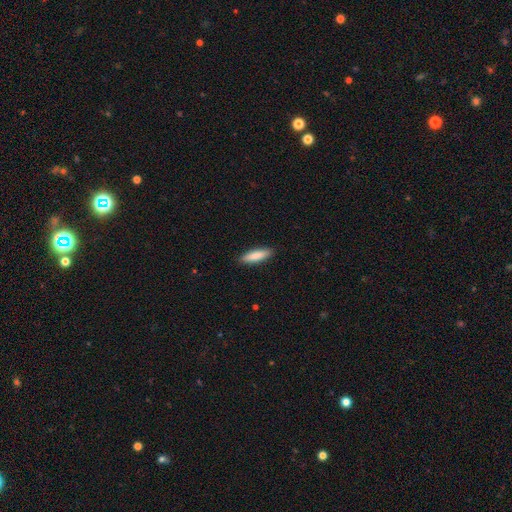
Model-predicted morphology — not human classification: The model was most divided on "how rounded": cigar-shaped: 64%, in between: 35%, round: 1%. More confident: merging — none (90%); smooth or featured — smooth (86%).